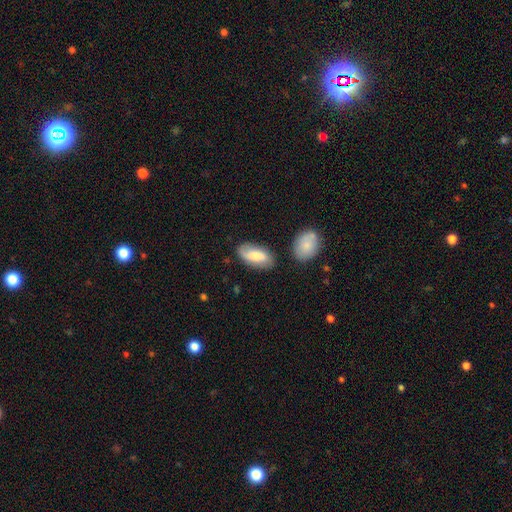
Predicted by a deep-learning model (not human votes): smooth 62%, featured or disk 32%, star or artifact 6%. Down the decision tree: how rounded — in between (89%); merging — none (74%).